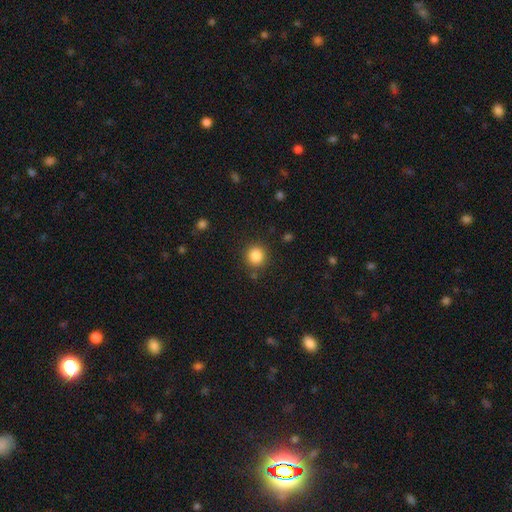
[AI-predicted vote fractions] A smooth galaxy with no disk features (85%) that is round (91%).

Vote fractions:
- Smooth or featured? smooth: 85% / star or artifact: 10% / featured or disk: 4%
- How rounded? round: 91% / in between: 8% / cigar-shaped: 1%
- Merging? none: 87% / minor disturbance: 8% / major disturbance: 3% / merger: 2%